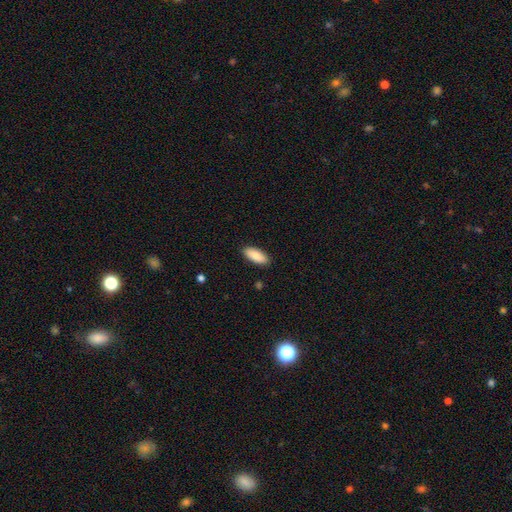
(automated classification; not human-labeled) This appears to be a smooth galaxy with no disk features (89%) that is in between round and cigar-shaped (81%). Merging: none (90%).